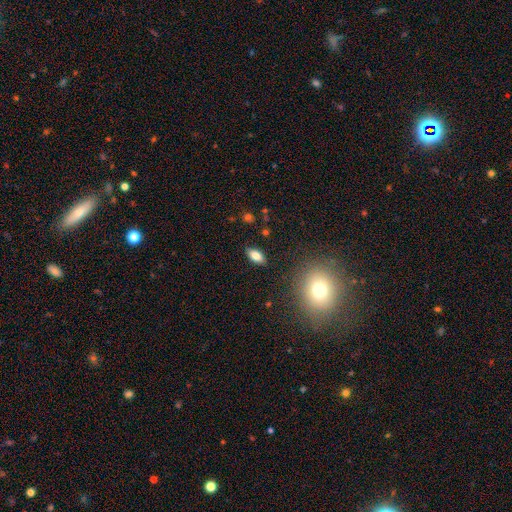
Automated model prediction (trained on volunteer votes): smooth 80%, featured or disk 11%, star or artifact 9%. Down the decision tree: how rounded — in between (88%); merging — none (87%).